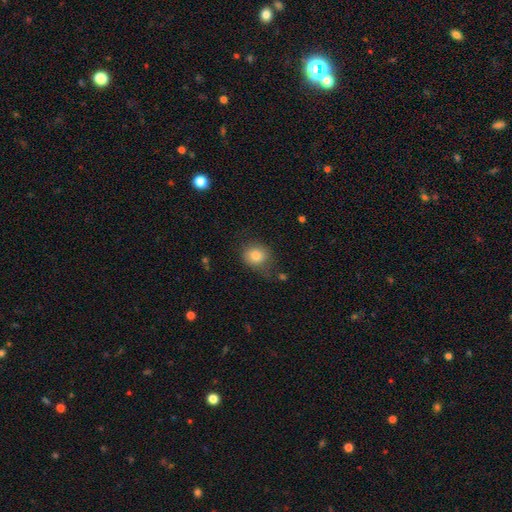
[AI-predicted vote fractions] Smooth or featured?
  - smooth: 81% *
  - star or artifact: 10%
  - featured or disk: 9%
How rounded?
  - round: 74% *
  - in between: 25%
  - cigar-shaped: 1%
Merging?
  - none: 61% *
  - minor disturbance: 26%
  - major disturbance: 10%
  - merger: 3%